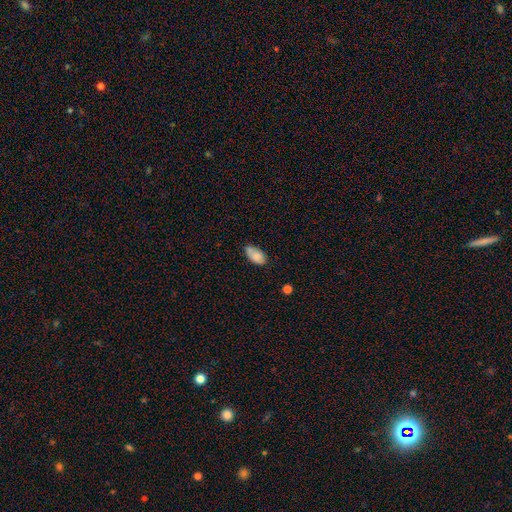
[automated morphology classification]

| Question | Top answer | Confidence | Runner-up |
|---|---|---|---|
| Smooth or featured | smooth | 80% | featured or disk (12%) |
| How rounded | in between | 93% | round (4%) |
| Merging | none | 58% | minor disturbance (30%) |